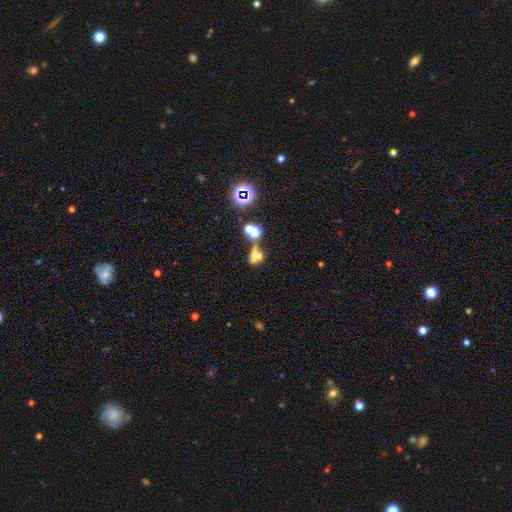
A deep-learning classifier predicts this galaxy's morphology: Overall: smooth (45%; star or artifact 29%). Merging: merger (49%; none 26%).